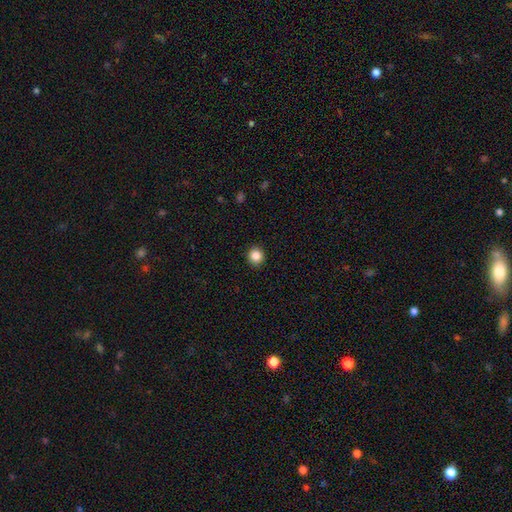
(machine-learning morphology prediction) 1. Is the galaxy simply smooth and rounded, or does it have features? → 86% smooth, 11% star or artifact, 4% featured or disk.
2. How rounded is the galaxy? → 92% round, 7% in between, 1% cigar-shaped.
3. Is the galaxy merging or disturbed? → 92% none, 5% minor disturbance, 2% major disturbance, 1% merger.